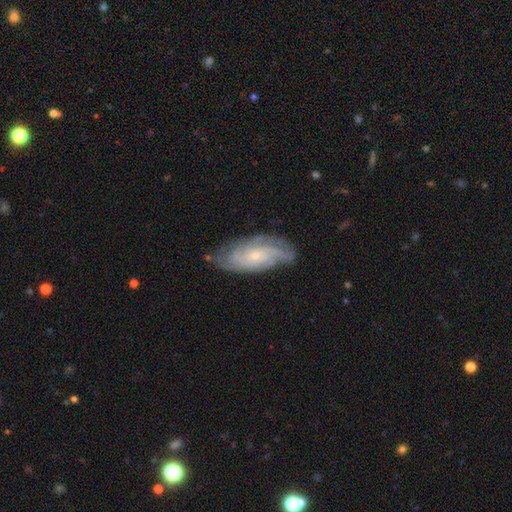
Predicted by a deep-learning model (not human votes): Smooth or featured? featured or disk (82%)
Edge-on disk? no (94%)
Bar? no (74%)
Spiral arms? yes (96%)
Spiral winding? tight (60%)
Spiral arm count? can't tell (30%)
Bulge size? small (77%)
Merging? none (74%)